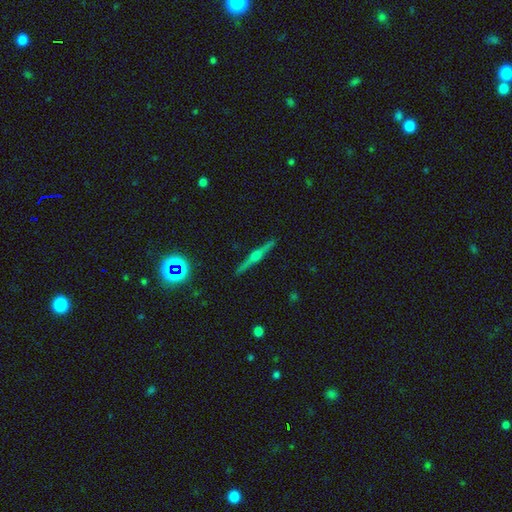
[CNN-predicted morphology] Overall: featured or disk (79%). Edge-on disk: yes (98%). Edge-on bulge: rounded (89%). Merging: none (92%).